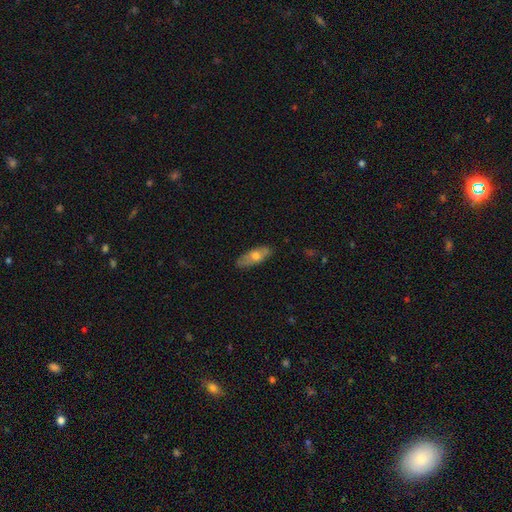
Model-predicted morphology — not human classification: type=smooth (62%); roundness=in between (70%); merging=none (78%).